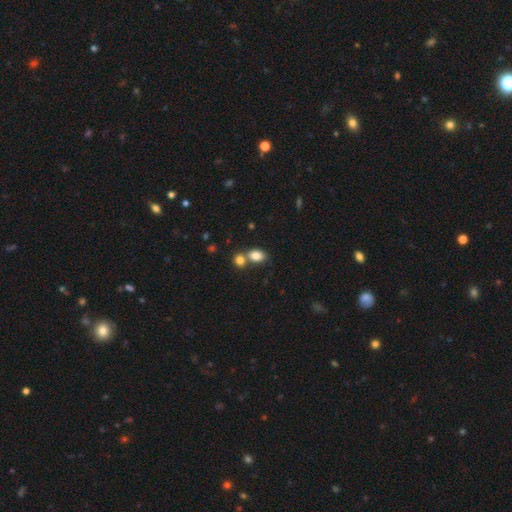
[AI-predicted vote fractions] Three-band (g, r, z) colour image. It shows a smooth galaxy with no disk features (83%) that is in between round and cigar-shaped (76%). Merging: none (45%).